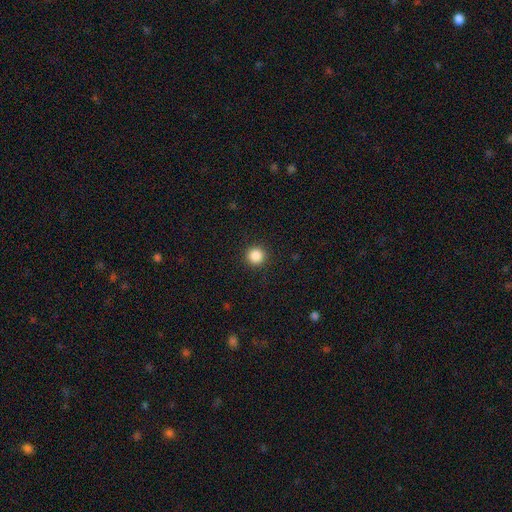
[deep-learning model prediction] Smooth or featured? Predicted: smooth (p=0.87). How rounded? Predicted: round (p=0.96). Merging? Predicted: none (p=0.92).